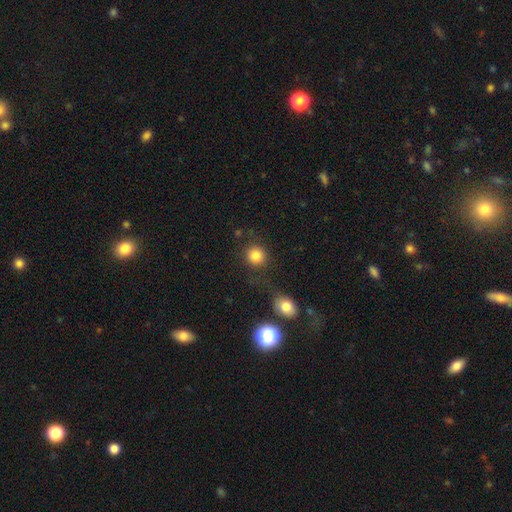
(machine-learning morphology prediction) The model was most divided on "merging": none: 78%, minor disturbance: 9%, merger: 7%, major disturbance: 5%. More confident: how rounded — round (89%); smooth or featured — smooth (84%).